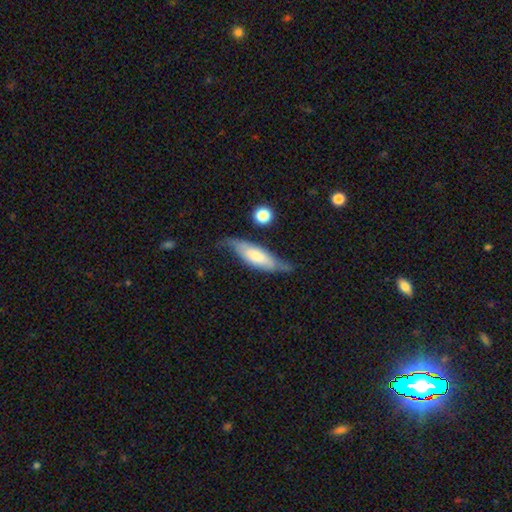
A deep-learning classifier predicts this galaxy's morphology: Overall: smooth (50%; featured or disk 43%). How rounded: cigar-shaped (52%; in between 46%). Merging: none (57%; minor disturbance 29%).